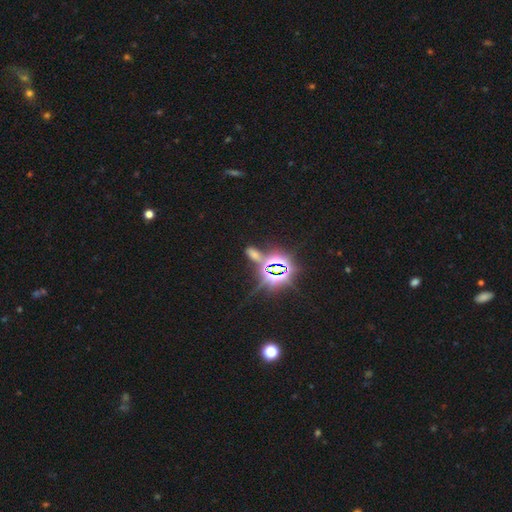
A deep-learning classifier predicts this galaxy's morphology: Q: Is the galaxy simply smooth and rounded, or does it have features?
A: star or artifact — 78%.